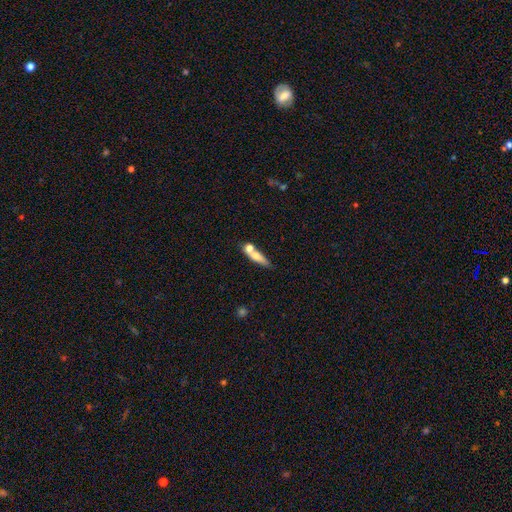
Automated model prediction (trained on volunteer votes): Overall: smooth (63%; featured or disk 30%). How rounded: cigar-shaped (64%; in between 29%). Merging: none (45%; merger 34%).